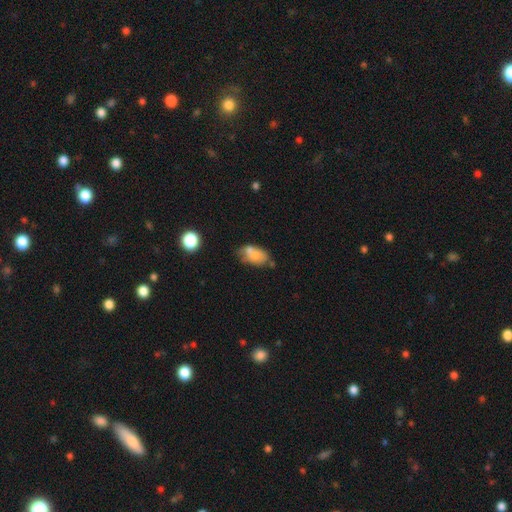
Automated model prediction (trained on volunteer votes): Smooth or featured: smooth — 68% (featured or disk — 23%)
How rounded: in between — 89% (round — 8%)
Merging: none — 42% (merger — 27%)